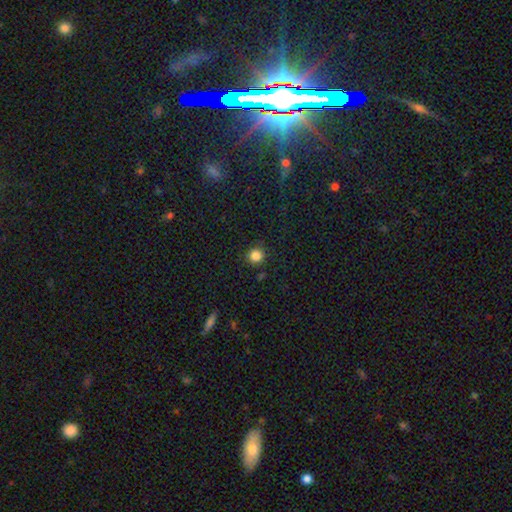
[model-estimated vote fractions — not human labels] Smooth or featured: smooth — 85% (star or artifact — 12%)
How rounded: round — 93% (in between — 6%)
Merging: none — 88% (minor disturbance — 8%)